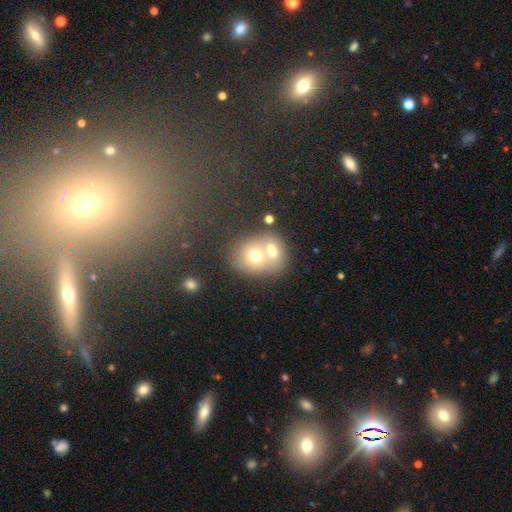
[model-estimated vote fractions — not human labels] A smooth galaxy with no disk features (64%) that is round (67%). Merging: merger (60%).